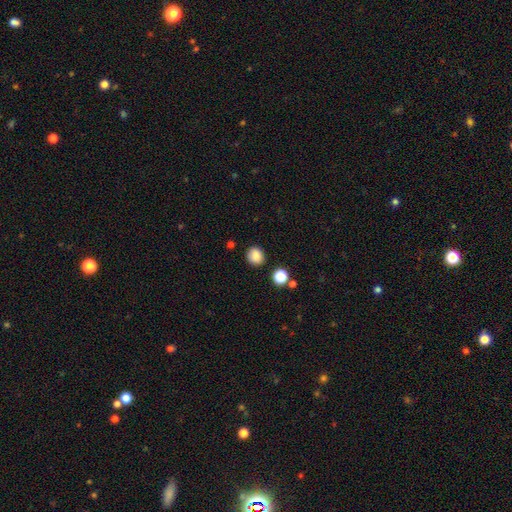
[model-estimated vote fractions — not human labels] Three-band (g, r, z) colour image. It shows a smooth galaxy with no disk features (86%) that is round (82%). Merging: none (87%).